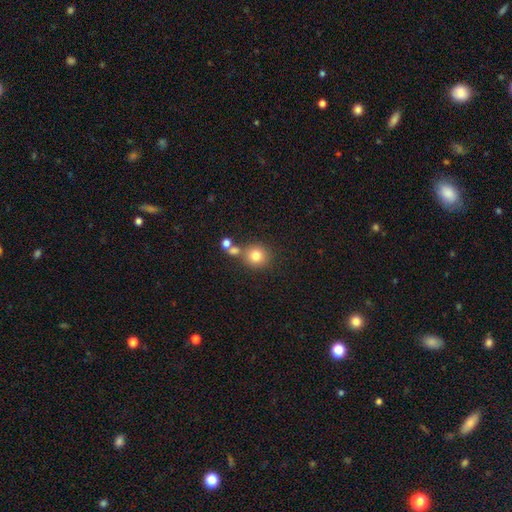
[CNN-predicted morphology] Smooth or featured? smooth (79%)
How rounded? round (88%)
Merging? none (66%)